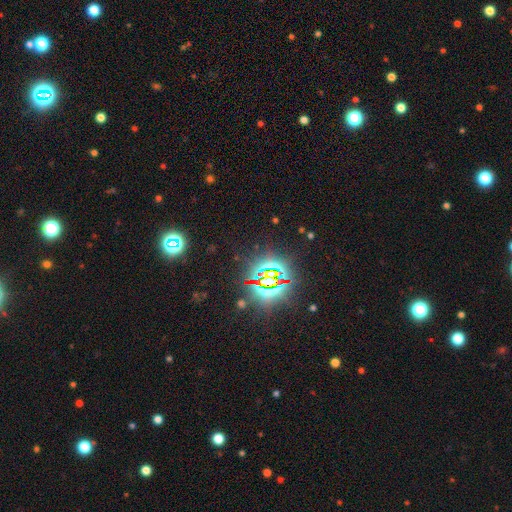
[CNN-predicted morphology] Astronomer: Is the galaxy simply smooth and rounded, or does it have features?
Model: star or artifact — 77%.